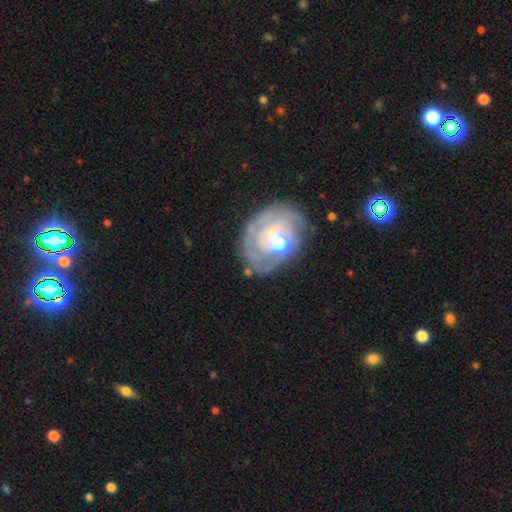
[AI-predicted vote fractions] Smooth or featured? Predicted: featured or disk (p=0.74). Edge-on disk? Predicted: no (p=0.96). Bar? Predicted: no (p=0.61). Spiral arms? Predicted: yes (p=0.74). Spiral winding? Predicted: tight (p=0.70). Spiral arm count? Predicted: can't tell (p=0.50). Bulge size? Predicted: moderate (p=0.67). Merging? Predicted: none (p=0.65).